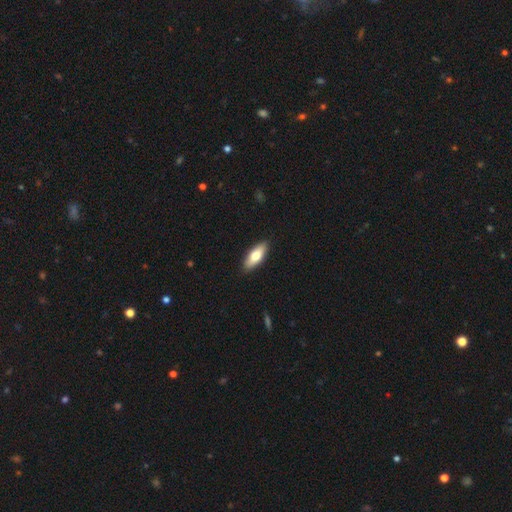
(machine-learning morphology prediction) A smooth galaxy with no disk features (72%) that is in between round and cigar-shaped (73%). Merging: none (89%).